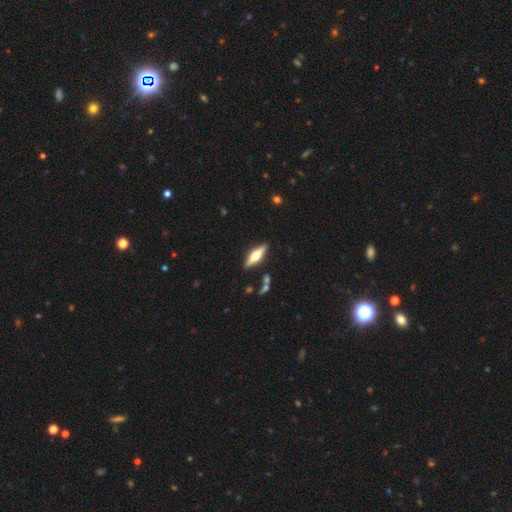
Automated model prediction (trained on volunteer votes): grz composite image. It shows a featured or disk galaxy (60%) viewed edge-on (94%) with a rounded central bulge (93%). Merging: none (86%).